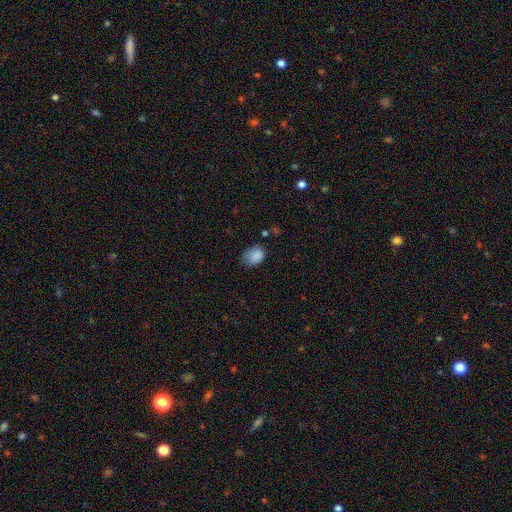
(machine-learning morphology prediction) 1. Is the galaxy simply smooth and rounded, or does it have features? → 85% smooth, 9% star or artifact, 6% featured or disk.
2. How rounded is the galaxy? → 62% in between, 37% round, 1% cigar-shaped.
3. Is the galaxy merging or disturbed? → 48% none, 37% minor disturbance, 12% major disturbance, 3% merger.